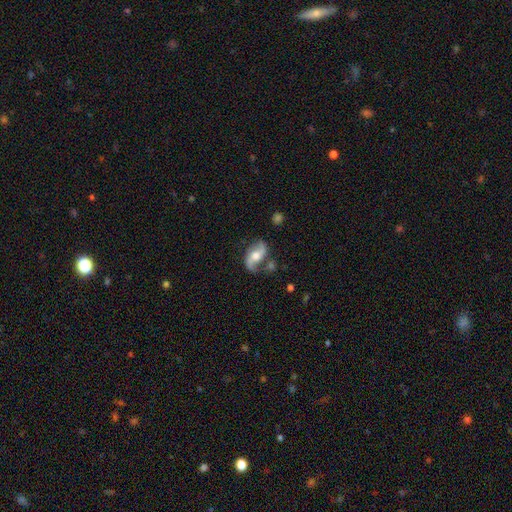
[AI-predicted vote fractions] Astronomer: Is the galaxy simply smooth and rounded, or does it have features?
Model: featured or disk — 78%.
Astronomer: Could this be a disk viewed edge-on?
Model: no — 96%.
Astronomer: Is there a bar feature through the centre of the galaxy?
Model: no — 51% (runner-up: weak, 33%).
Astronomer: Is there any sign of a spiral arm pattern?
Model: yes — 91%.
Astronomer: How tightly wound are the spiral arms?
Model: loose — 62%.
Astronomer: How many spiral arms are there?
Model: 2 — 91%.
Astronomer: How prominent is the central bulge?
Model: moderate — 71%.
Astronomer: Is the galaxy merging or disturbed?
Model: none — 65%.